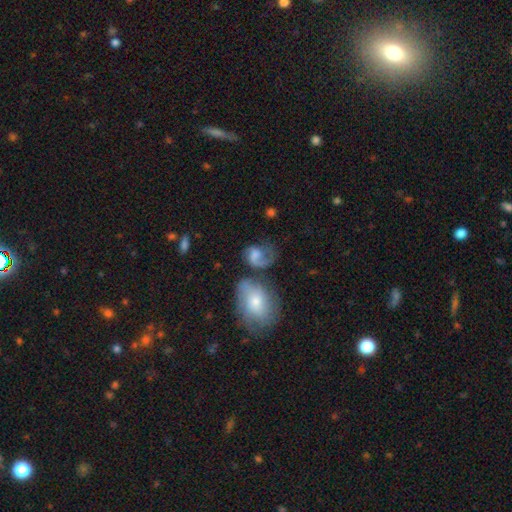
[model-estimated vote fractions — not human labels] Smooth or featured? featured or disk (47%)
Merging? none (34%)